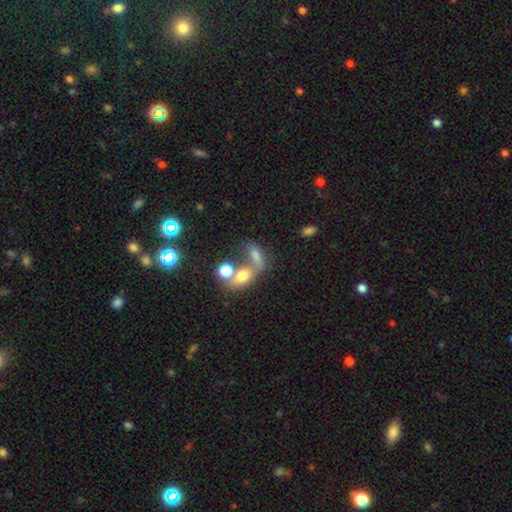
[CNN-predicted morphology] A smooth galaxy with no disk features (65%) that is in between round and cigar-shaped (71%). Merging: merger (52%).